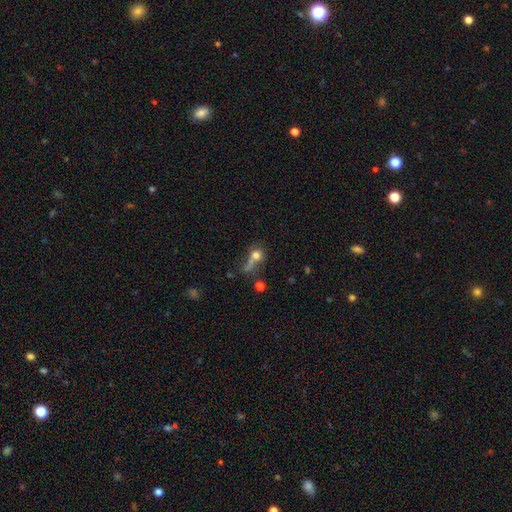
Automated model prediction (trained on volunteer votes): A smooth galaxy with no disk features (71%) that is round (73%).

Vote fractions:
- Smooth or featured? smooth: 71% / featured or disk: 16% / star or artifact: 13%
- How rounded? round: 73% / in between: 23% / cigar-shaped: 4%
- Merging? merger: 36% / none: 31% / major disturbance: 21% / minor disturbance: 13%